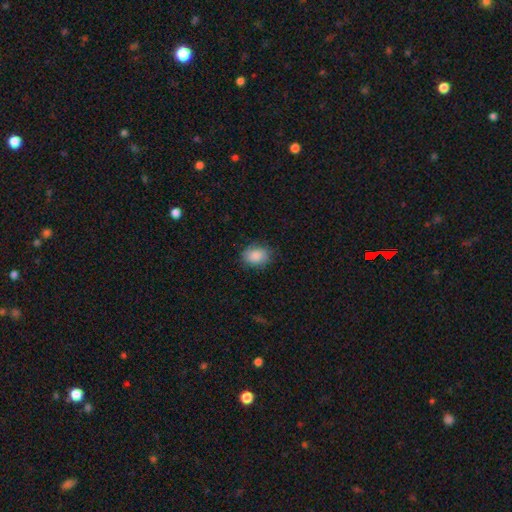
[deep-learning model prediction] Morphology: type=smooth (88%); roundness=in between (64%); merging=none (82%).